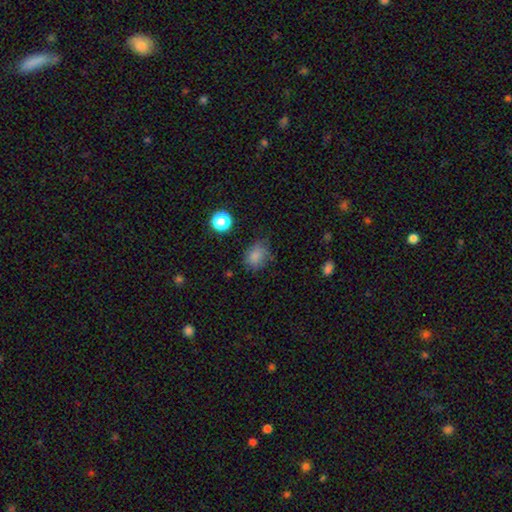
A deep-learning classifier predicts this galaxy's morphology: Smooth or featured?
  - smooth: 81% *
  - star or artifact: 13%
  - featured or disk: 6%
How rounded?
  - round: 50% *
  - in between: 49%
  - cigar-shaped: 1%
Merging?
  - none: 68% *
  - minor disturbance: 23%
  - major disturbance: 7%
  - merger: 2%